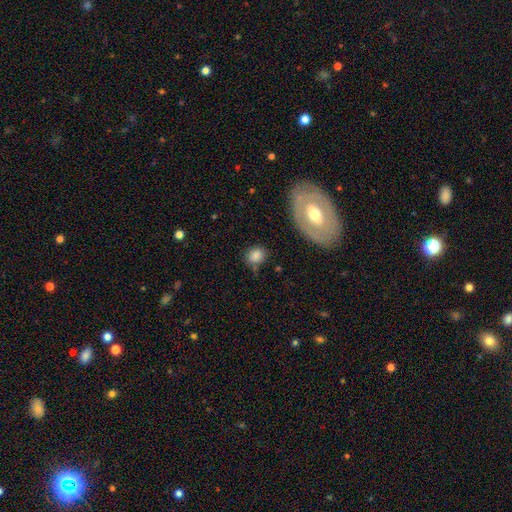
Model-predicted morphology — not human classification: A smooth galaxy with no disk features (81%) that is round (61%).

Vote fractions:
- Smooth or featured? smooth: 81% / featured or disk: 10% / star or artifact: 9%
- How rounded? round: 61% / in between: 37% / cigar-shaped: 2%
- Merging? none: 69% / minor disturbance: 20% / major disturbance: 6% / merger: 5%